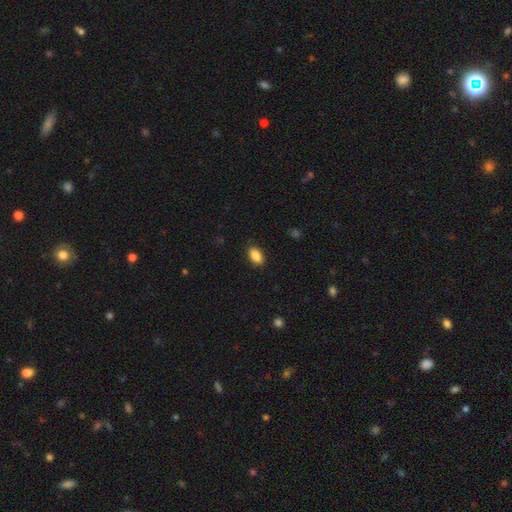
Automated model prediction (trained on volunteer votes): The model was most divided on "merging": none: 88%, minor disturbance: 9%, major disturbance: 2%, merger: 1%. More confident: how rounded — in between (90%); smooth or featured — smooth (88%).